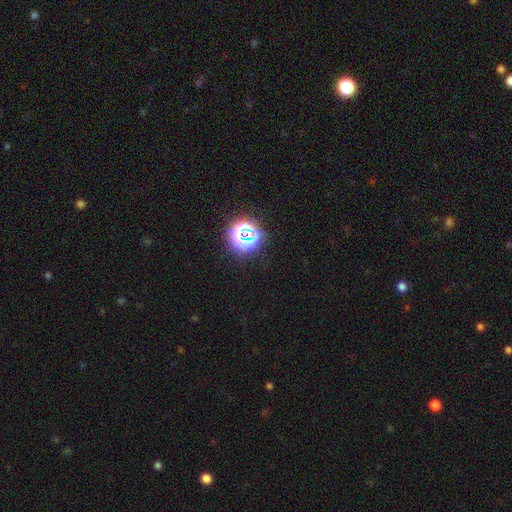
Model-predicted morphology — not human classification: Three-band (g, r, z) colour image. It shows a star or artifact, not a galaxy (80%).